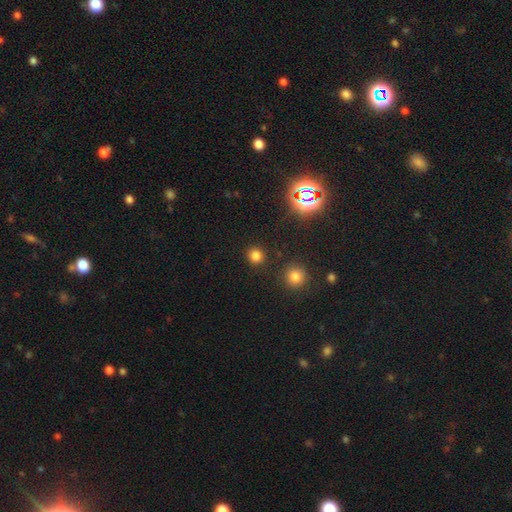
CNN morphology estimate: Smooth or featured? smooth (78%)
How rounded? round (90%)
Merging? none (89%)